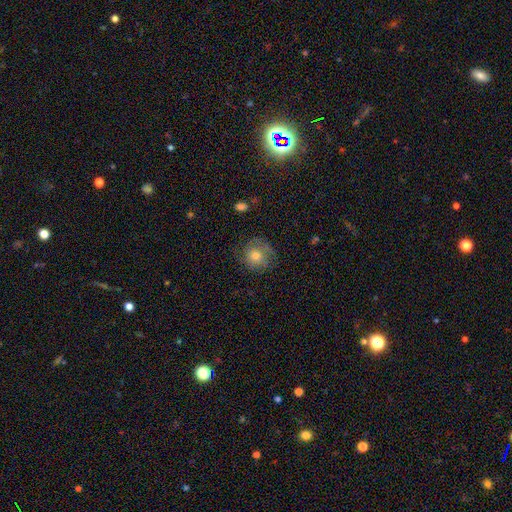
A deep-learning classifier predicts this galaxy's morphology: smooth-or-featured: smooth: 66% | featured or disk: 24% | star or artifact: 10%
  how-rounded: round: 86% | in between: 13% | cigar-shaped: 1%
  merging: none: 69% | minor disturbance: 20% | major disturbance: 9% | merger: 1%